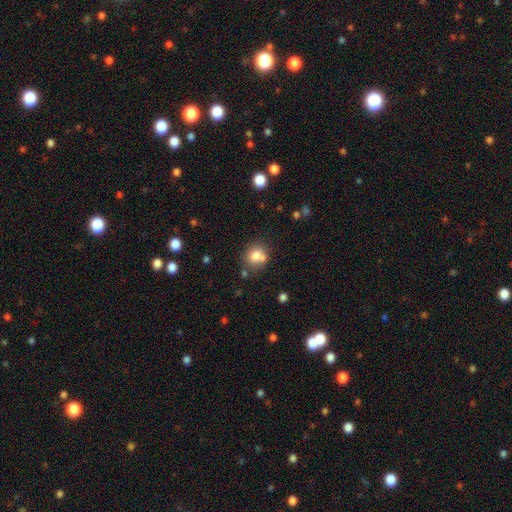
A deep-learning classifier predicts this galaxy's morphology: Overall: smooth (77%). How rounded: round (79%). Merging: none (58%; merger 22%).